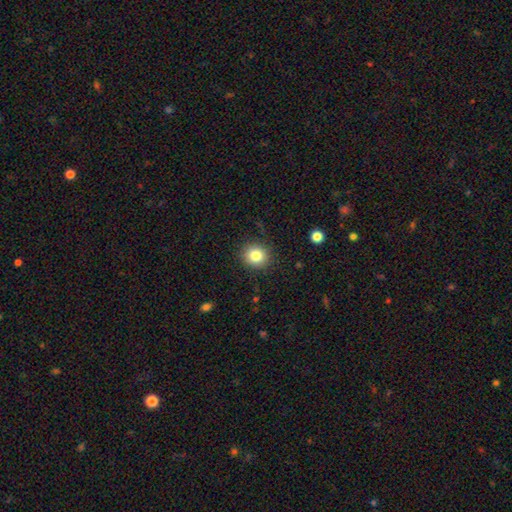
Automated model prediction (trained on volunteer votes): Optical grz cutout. It shows a smooth galaxy with no disk features (83%) that is round (84%). Merging: none (89%).